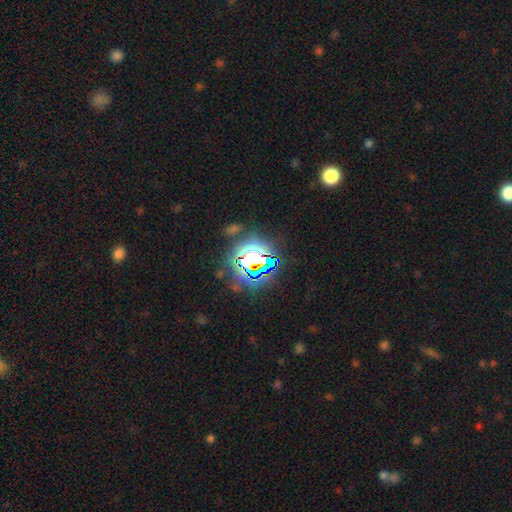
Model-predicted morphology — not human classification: smooth_or_featured: star or artifact (p=0.77) [alt: smooth p=0.13]